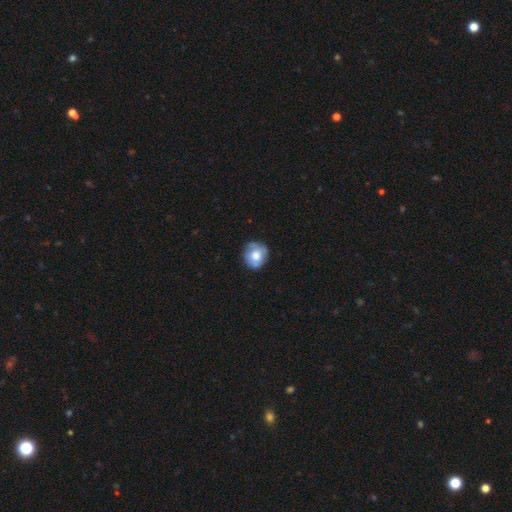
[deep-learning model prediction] Smooth or featured: smooth — 66% (featured or disk — 26%)
How rounded: round — 78% (in between — 21%)
Merging: none — 71% (minor disturbance — 22%)